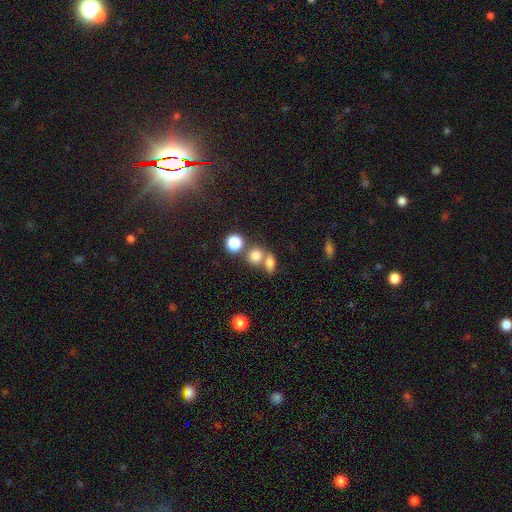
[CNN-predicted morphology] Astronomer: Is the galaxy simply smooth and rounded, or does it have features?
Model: smooth — 77%.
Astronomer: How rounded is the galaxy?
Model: round — 63%.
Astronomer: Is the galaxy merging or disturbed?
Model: none — 47% (runner-up: merger, 40%).